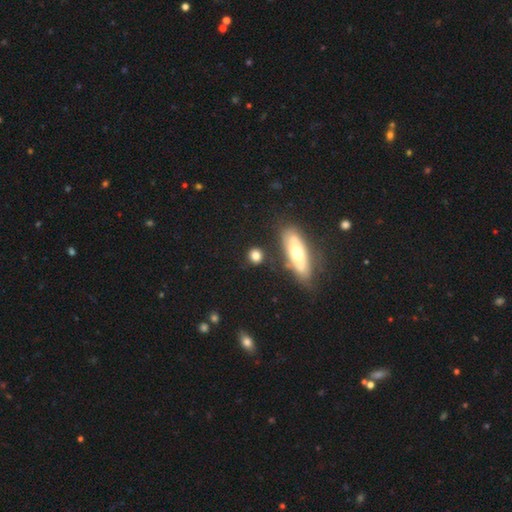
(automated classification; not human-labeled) Q: Smooth or featured?
A: smooth (77%); runner-up: featured or disk (13%)
Q: How rounded?
A: round (76%); runner-up: in between (19%)
Q: Merging?
A: none (77%); runner-up: minor disturbance (12%)